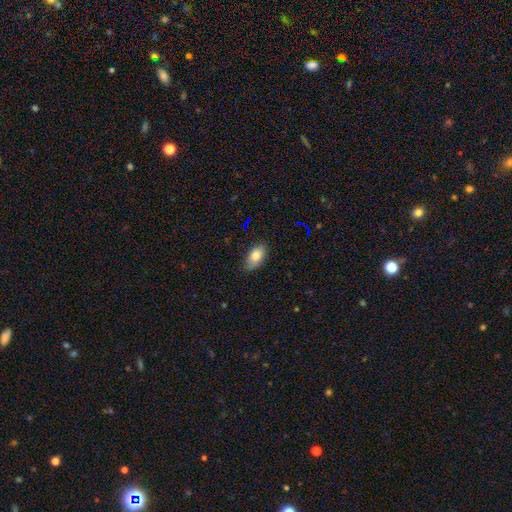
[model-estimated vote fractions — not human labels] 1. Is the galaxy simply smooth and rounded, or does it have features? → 79% smooth, 13% featured or disk, 8% star or artifact.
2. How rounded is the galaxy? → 89% in between, 6% round, 4% cigar-shaped.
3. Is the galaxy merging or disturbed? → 80% none, 16% minor disturbance, 2% major disturbance, 1% merger.